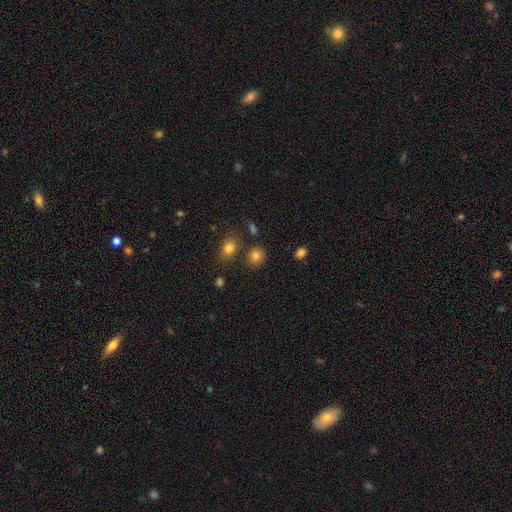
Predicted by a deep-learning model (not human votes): The model was most divided on "how rounded": round: 72%, in between: 27%, cigar-shaped: 1%. More confident: smooth or featured — smooth (81%); merging — none (79%).